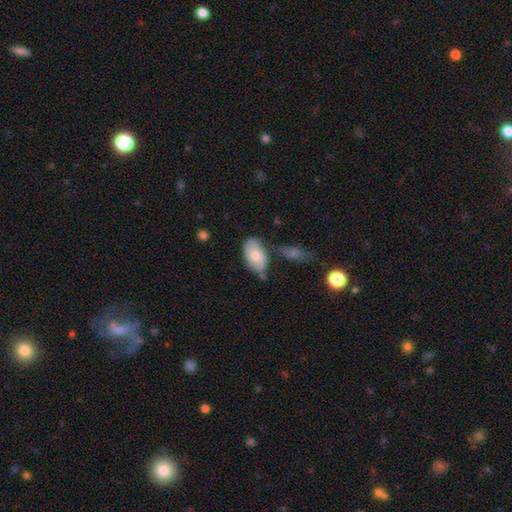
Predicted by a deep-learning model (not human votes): smooth-or-featured: smooth: 71% | featured or disk: 23% | star or artifact: 6%
  how-rounded: in between: 94% | round: 5% | cigar-shaped: 2%
  merging: none: 57% | minor disturbance: 23% | merger: 13% | major disturbance: 7%